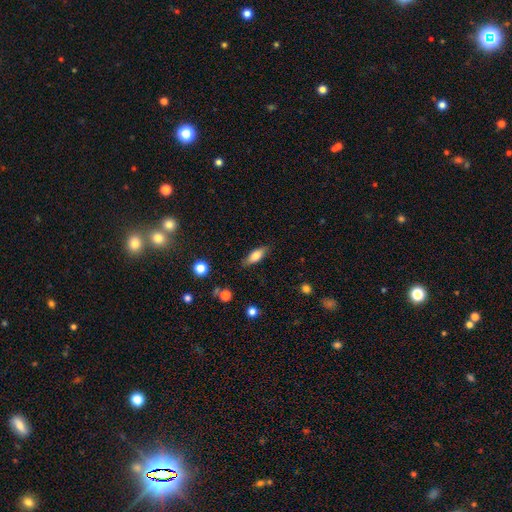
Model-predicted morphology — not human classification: smooth-or-featured: smooth: 73% | featured or disk: 20% | star or artifact: 7%
  how-rounded: in between: 72% | cigar-shaped: 25% | round: 3%
  merging: none: 83% | minor disturbance: 13% | major disturbance: 3% | merger: 1%